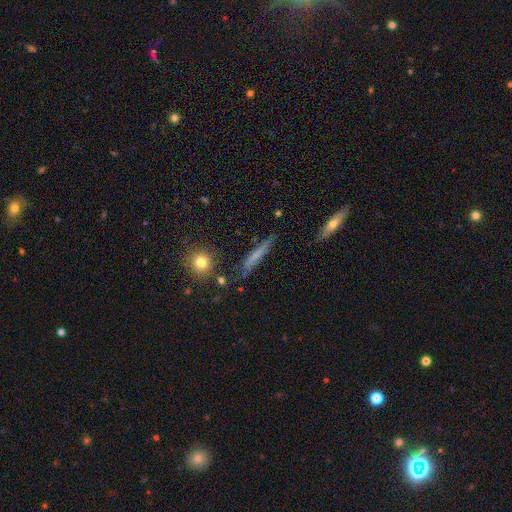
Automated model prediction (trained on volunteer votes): A smooth galaxy with no disk features (51%) that is cigar-shaped (90%). Merging: none (74%).